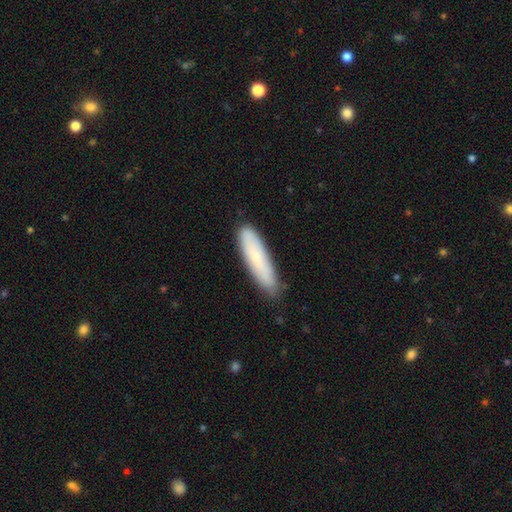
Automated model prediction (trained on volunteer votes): Smooth or featured? Predicted: smooth (p=0.69). How rounded? Predicted: cigar-shaped (p=0.74). Merging? Predicted: none (p=0.79).